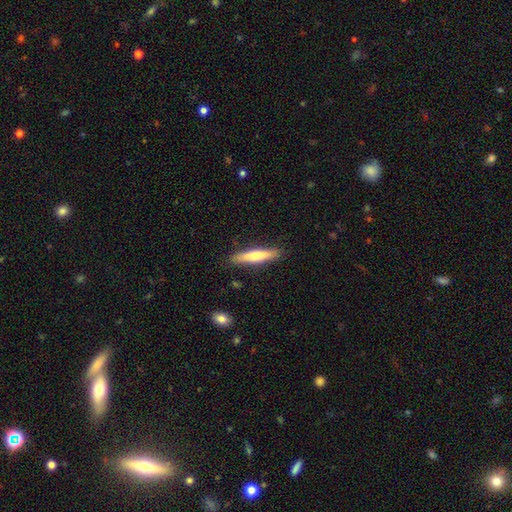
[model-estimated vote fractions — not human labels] Smooth or featured? smooth (64%)
How rounded? cigar-shaped (86%)
Merging? none (88%)